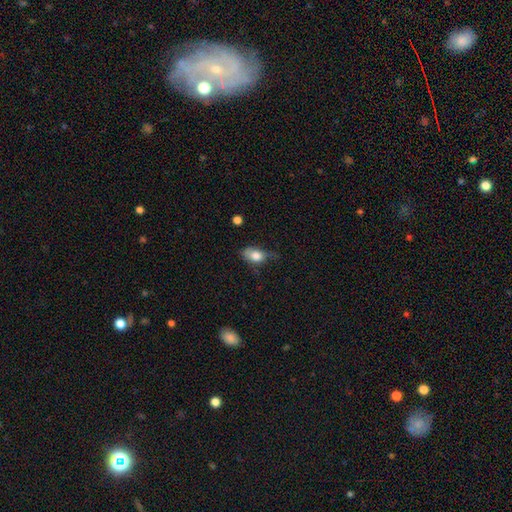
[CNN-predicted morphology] smooth-or-featured: smooth: 77% | featured or disk: 15% | star or artifact: 8%
  how-rounded: in between: 83% | round: 13% | cigar-shaped: 4%
  merging: minor disturbance: 41% | none: 35% | major disturbance: 21% | merger: 3%